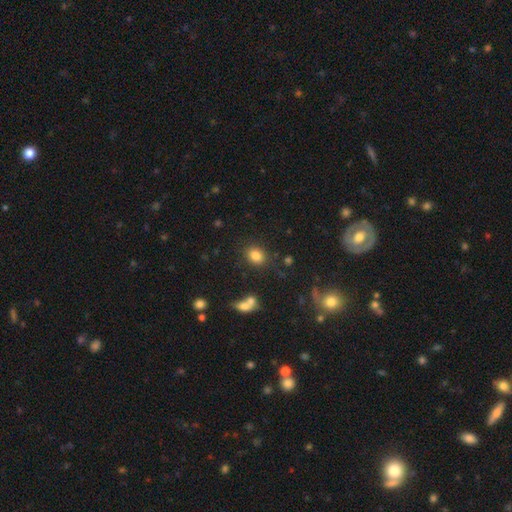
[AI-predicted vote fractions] Smooth or featured?
  - smooth: 82% *
  - star or artifact: 11%
  - featured or disk: 7%
How rounded?
  - in between: 52% *
  - round: 47%
  - cigar-shaped: 1%
Merging?
  - none: 83% *
  - minor disturbance: 10%
  - merger: 4%
  - major disturbance: 3%